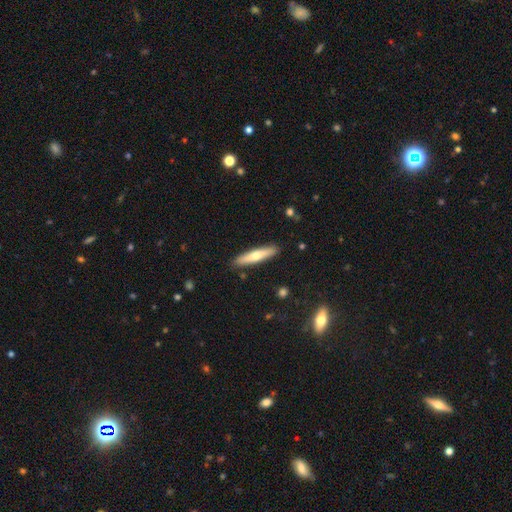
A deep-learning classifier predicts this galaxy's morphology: Smooth or featured? Predicted: smooth (p=0.58). How rounded? Predicted: cigar-shaped (p=0.86). Merging? Predicted: none (p=0.90).